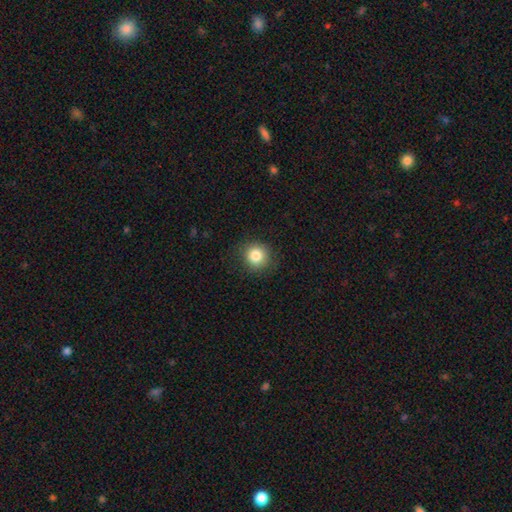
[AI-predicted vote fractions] Morphology: type=smooth (84%); roundness=round (92%); merging=none (88%).